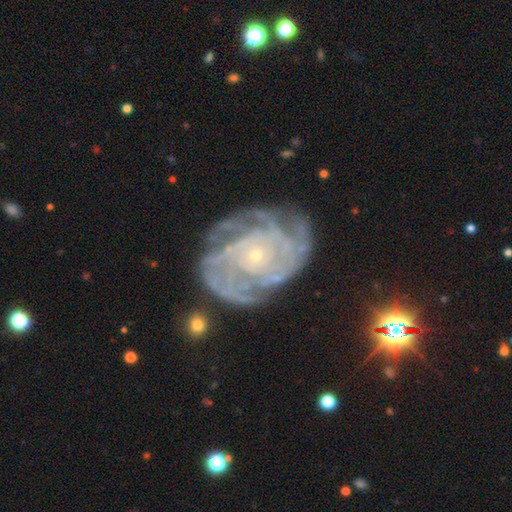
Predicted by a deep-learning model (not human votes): Morphology: type=featured or disk (87%); edge-on=no (97%); bar=no (81%); spiral arms=yes (96%); winding=tight (75%); arm count=can't tell (25%); bulge=small (88%); merging=none (70%).